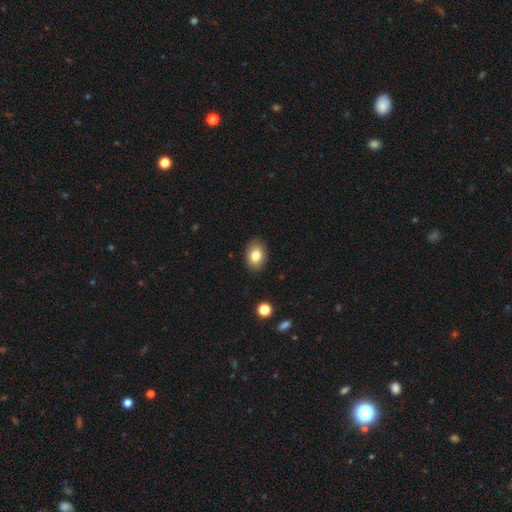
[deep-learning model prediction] Overall: smooth (81%). How rounded: in between (72%). Merging: none (88%).